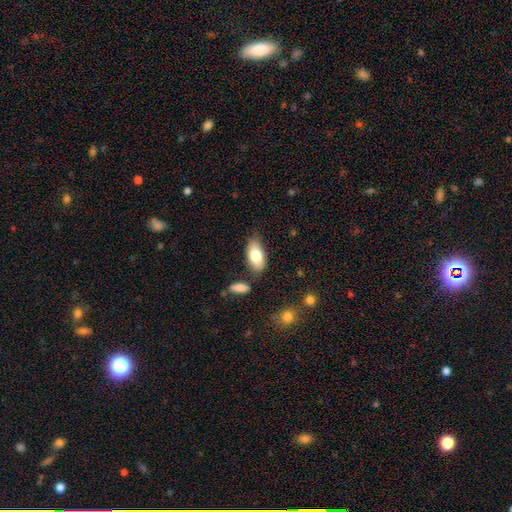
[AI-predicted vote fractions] smooth_or_featured: smooth (p=0.78) [alt: featured or disk p=0.16]
how_rounded: in between (p=0.91) [alt: cigar-shaped p=0.06]
merging: none (p=0.78) [alt: minor disturbance p=0.14]